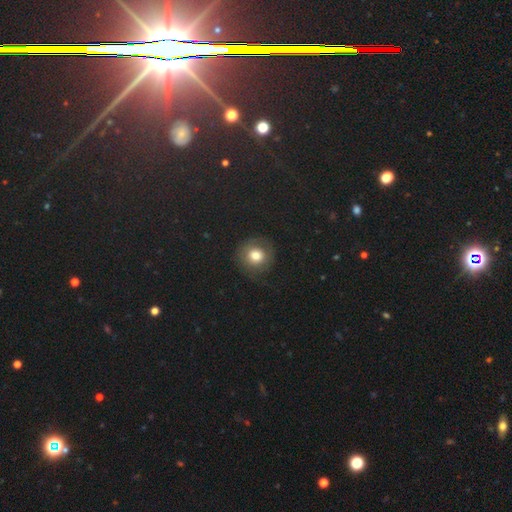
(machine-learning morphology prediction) Q: Smooth or featured?
A: smooth (73%); runner-up: featured or disk (15%)
Q: How rounded?
A: round (89%); runner-up: in between (10%)
Q: Merging?
A: none (79%); runner-up: minor disturbance (13%)